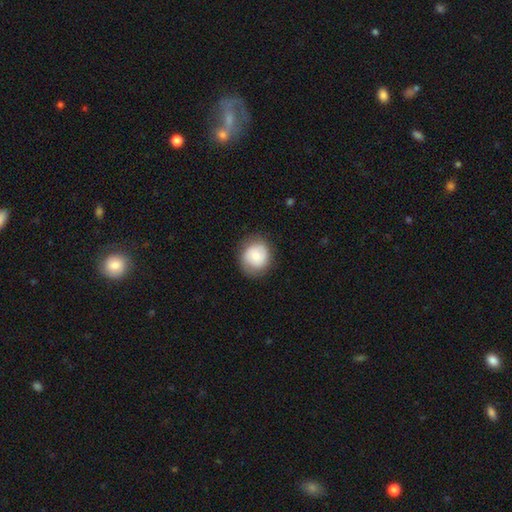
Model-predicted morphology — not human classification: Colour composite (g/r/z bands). It shows a smooth galaxy with no disk features (70%) that is round (82%). Merging: none (81%).